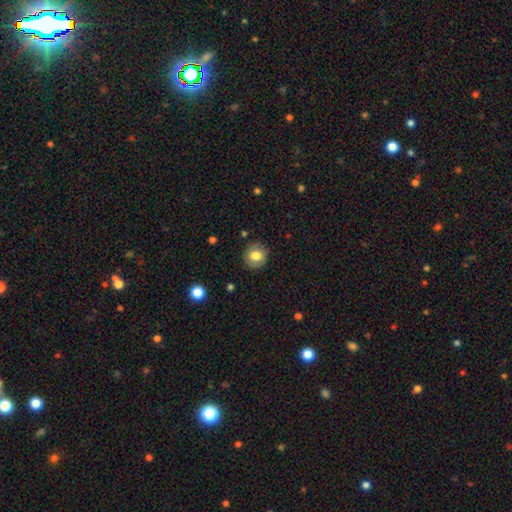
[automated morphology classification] Q: Smooth or featured?
A: smooth (79%); runner-up: featured or disk (12%)
Q: How rounded?
A: round (83%); runner-up: in between (17%)
Q: Merging?
A: none (87%); runner-up: minor disturbance (9%)